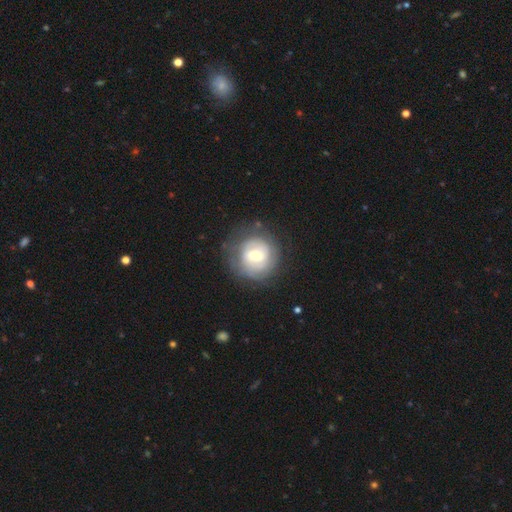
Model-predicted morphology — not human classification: Smooth or featured? Predicted: featured or disk (p=0.58). Edge-on disk? Predicted: no (p=0.97). Bar? Predicted: weak (p=0.51). Spiral arms? Predicted: yes (p=0.70). Bulge size? Predicted: moderate (p=0.65). Merging? Predicted: none (p=0.73).